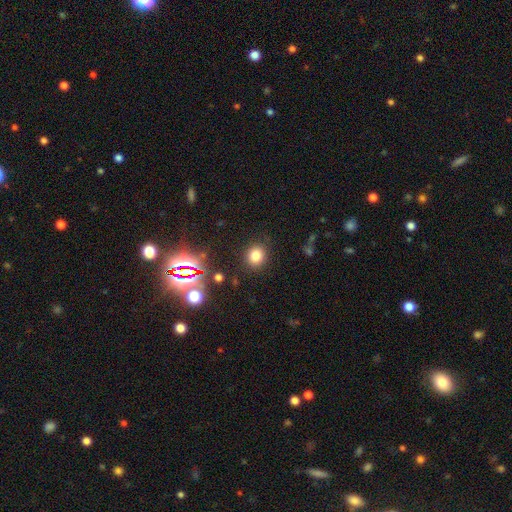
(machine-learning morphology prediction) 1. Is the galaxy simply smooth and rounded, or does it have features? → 78% smooth, 16% star or artifact, 6% featured or disk.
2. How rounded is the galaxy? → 77% round, 22% in between, 1% cigar-shaped.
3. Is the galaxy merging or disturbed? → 88% none, 7% minor disturbance, 3% major disturbance, 2% merger.